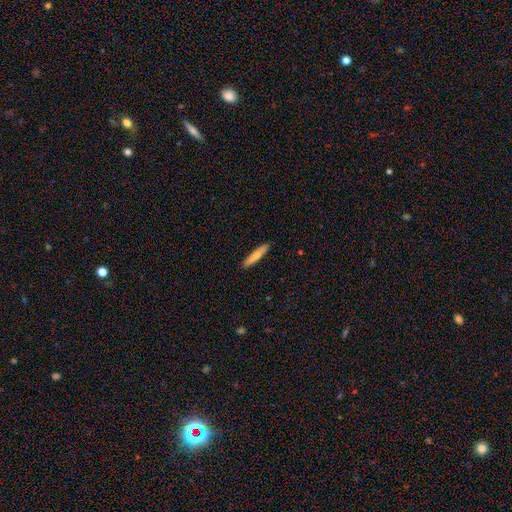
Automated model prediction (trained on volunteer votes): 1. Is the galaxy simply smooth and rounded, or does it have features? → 68% smooth, 27% featured or disk, 5% star or artifact.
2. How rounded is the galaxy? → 91% cigar-shaped, 8% in between, 1% round.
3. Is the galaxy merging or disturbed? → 90% none, 7% minor disturbance, 1% major disturbance, 1% merger.